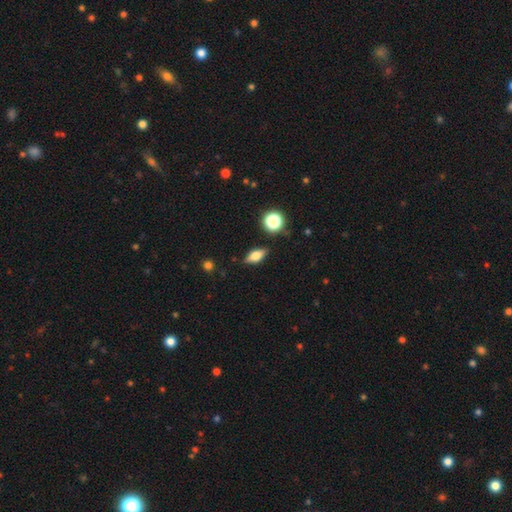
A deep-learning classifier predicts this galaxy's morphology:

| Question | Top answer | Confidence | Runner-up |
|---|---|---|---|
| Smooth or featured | smooth | 65% | featured or disk (25%) |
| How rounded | in between | 73% | cigar-shaped (17%) |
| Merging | none | 85% | minor disturbance (10%) |